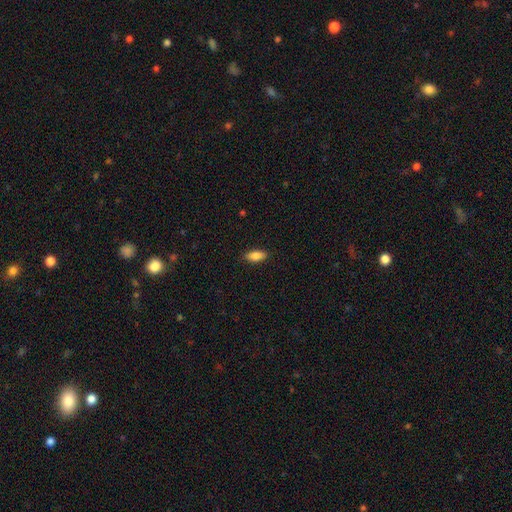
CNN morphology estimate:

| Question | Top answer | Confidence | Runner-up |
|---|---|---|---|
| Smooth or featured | smooth | 85% | featured or disk (8%) |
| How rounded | in between | 85% | cigar-shaped (13%) |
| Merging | none | 88% | minor disturbance (9%) |